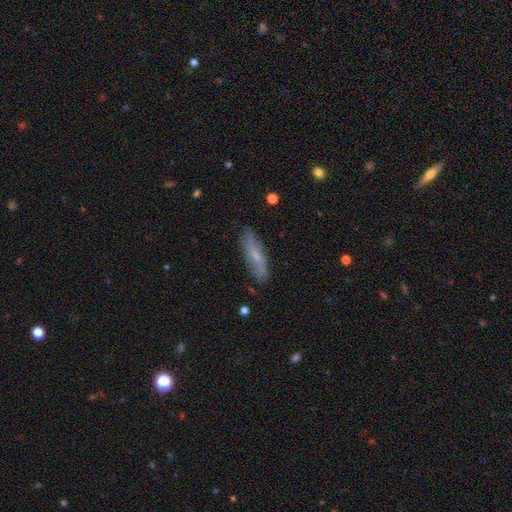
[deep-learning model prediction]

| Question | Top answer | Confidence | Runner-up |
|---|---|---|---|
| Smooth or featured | featured or disk | 48% | smooth (44%) |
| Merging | none | 79% | minor disturbance (16%) |